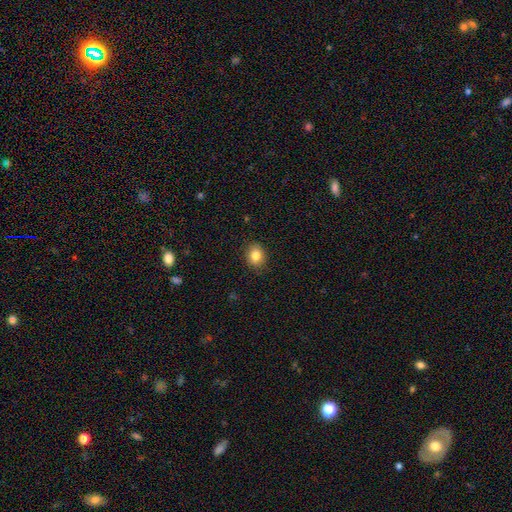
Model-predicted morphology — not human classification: Overall: smooth (82%). How rounded: round (58%; in between 41%). Merging: none (87%).